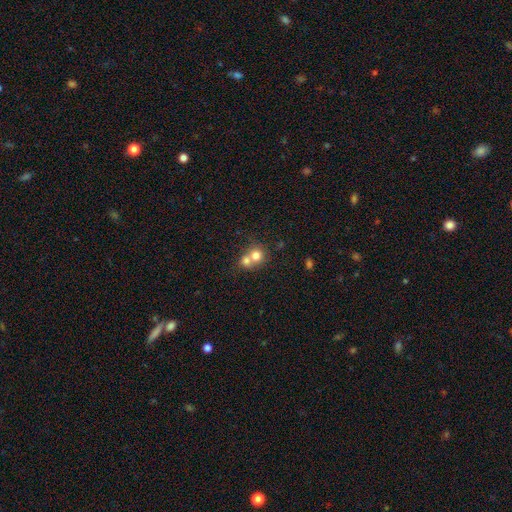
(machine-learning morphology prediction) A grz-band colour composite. It shows a smooth galaxy with no disk features (75%) that is round (82%). Merging: merger (65%).